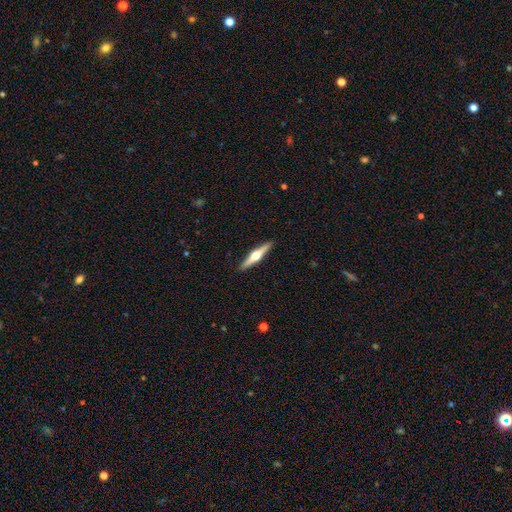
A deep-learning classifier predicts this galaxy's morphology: type=featured or disk (69%); edge-on=yes (98%); edge-on bulge=rounded (95%); merging=none (92%).